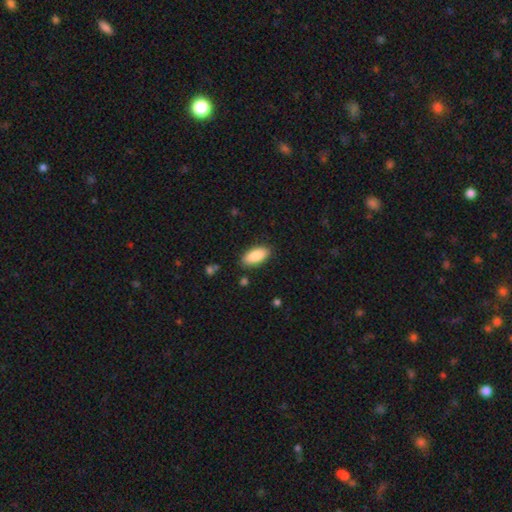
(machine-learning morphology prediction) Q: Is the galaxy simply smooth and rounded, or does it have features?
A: smooth — 88%.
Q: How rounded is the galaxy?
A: in between — 89%.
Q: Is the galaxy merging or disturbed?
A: none — 87%.